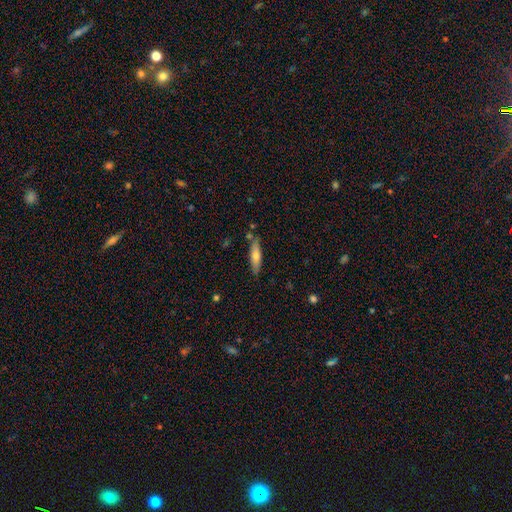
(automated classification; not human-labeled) A smooth galaxy with no disk features (65%) that is cigar-shaped (70%).

Vote fractions:
- Smooth or featured? smooth: 65% / featured or disk: 29% / star or artifact: 6%
- How rounded? cigar-shaped: 70% / in between: 28% / round: 2%
- Merging? none: 78% / minor disturbance: 14% / merger: 5% / major disturbance: 3%